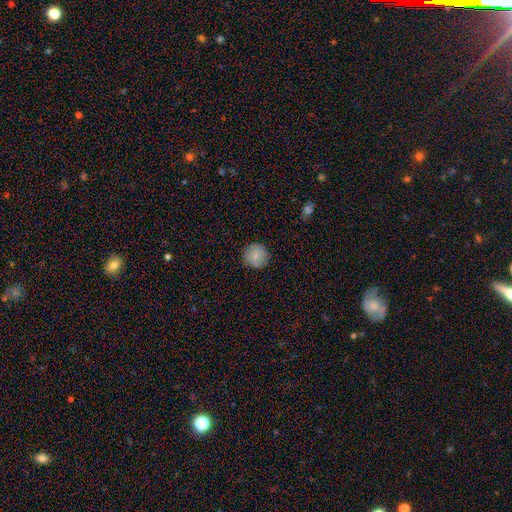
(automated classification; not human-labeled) Smooth or featured? smooth (81%)
How rounded? round (95%)
Merging? none (88%)